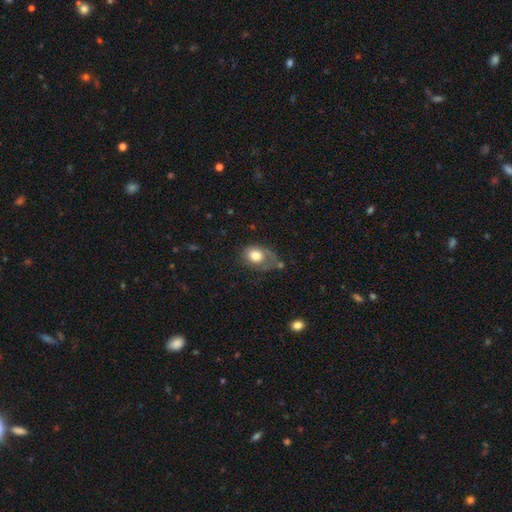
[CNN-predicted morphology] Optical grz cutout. It shows a smooth galaxy with no disk features (67%) that is in between round and cigar-shaped (63%). Merging: none (36%).